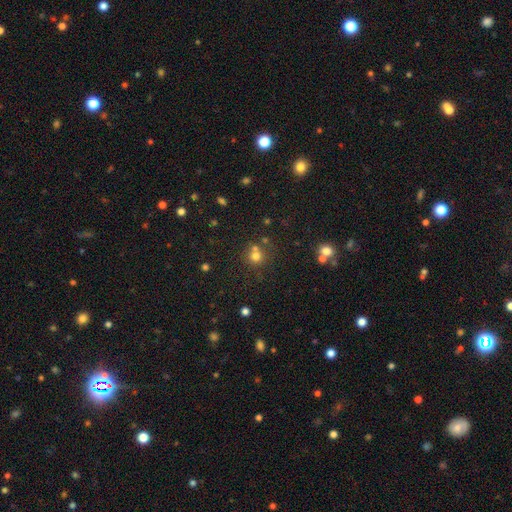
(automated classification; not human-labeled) Smooth or featured? Predicted: smooth (p=0.70). How rounded? Predicted: round (p=0.89). Merging? Predicted: none (p=0.60).